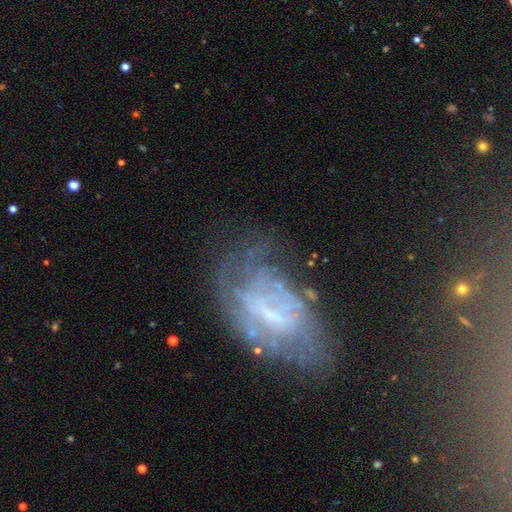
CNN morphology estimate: smooth_or_featured: featured or disk (p=0.66) [alt: smooth p=0.19]
disk_edge_on: no (p=0.92) [alt: yes p=0.08]
bar: weak (p=0.40) [alt: strong p=0.31]
has_spiral_arms: yes (p=0.64) [alt: no p=0.36]
bulge_size: small (p=0.42) [alt: none p=0.34]
merging: none (p=0.51) [alt: minor disturbance p=0.23]